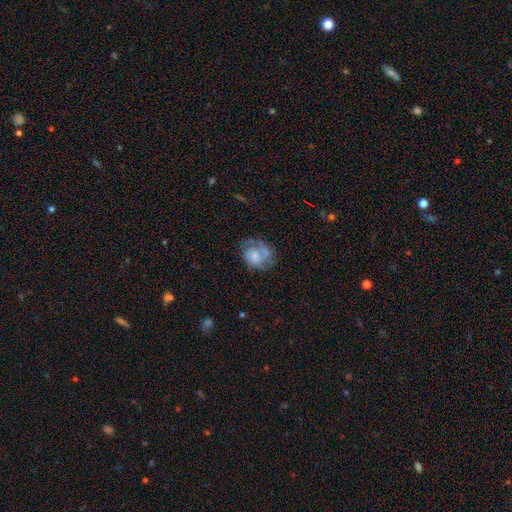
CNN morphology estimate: Smooth or featured? Predicted: featured or disk (p=0.53). Edge-on disk? Predicted: no (p=0.97). Bar? Predicted: no (p=0.75). Spiral arms? Predicted: yes (p=0.75). Bulge size? Predicted: moderate (p=0.33). Merging? Predicted: none (p=0.52).